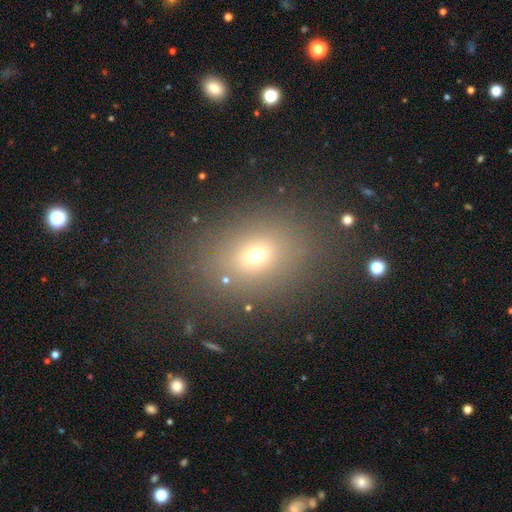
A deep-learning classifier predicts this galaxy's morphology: This appears to be a smooth galaxy with no disk features (65%) that is in between round and cigar-shaped (56%). Merging: none (84%).